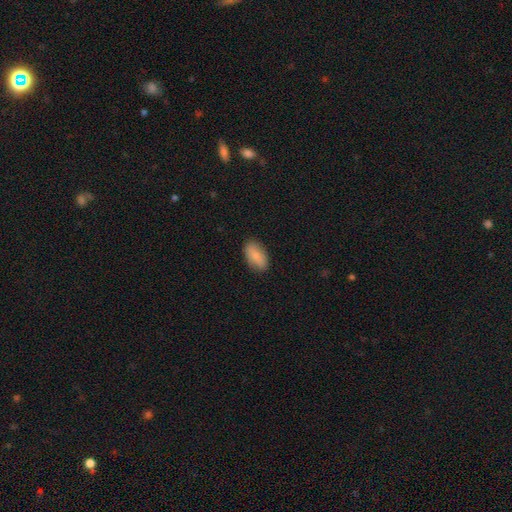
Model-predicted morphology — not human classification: smooth 83%, featured or disk 11%, star or artifact 7%. Down the decision tree: how rounded — in between (92%); merging — none (86%).